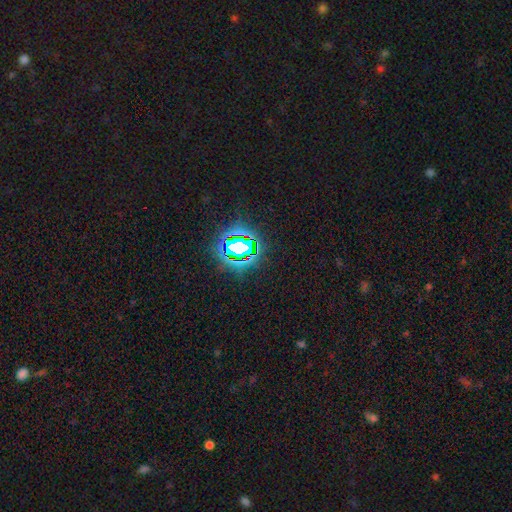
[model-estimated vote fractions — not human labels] Smooth or featured? star or artifact (78%)